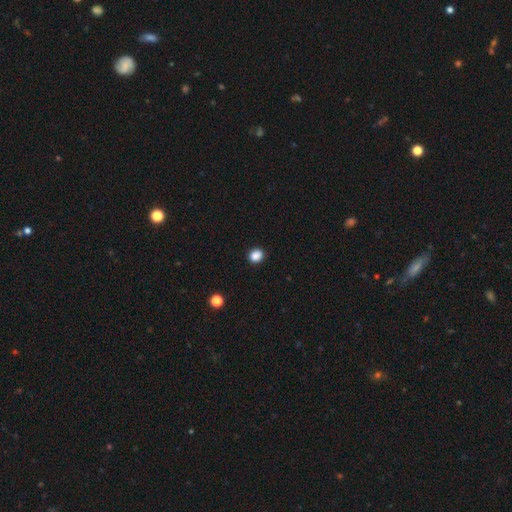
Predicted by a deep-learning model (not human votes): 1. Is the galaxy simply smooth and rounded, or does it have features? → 87% smooth, 10% star or artifact, 3% featured or disk.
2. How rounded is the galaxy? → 75% round, 24% in between, 1% cigar-shaped.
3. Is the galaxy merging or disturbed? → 92% none, 6% minor disturbance, 2% major disturbance, 1% merger.